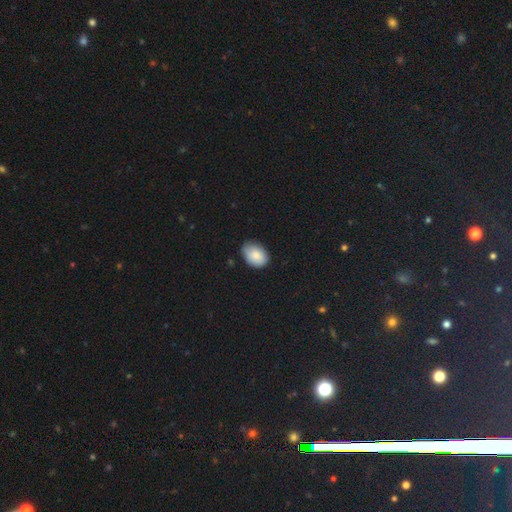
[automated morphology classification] Smooth or featured?
  - smooth: 84% *
  - featured or disk: 9%
  - star or artifact: 7%
How rounded?
  - in between: 78% *
  - round: 21%
  - cigar-shaped: 1%
Merging?
  - none: 74% *
  - minor disturbance: 22%
  - major disturbance: 3%
  - merger: 1%